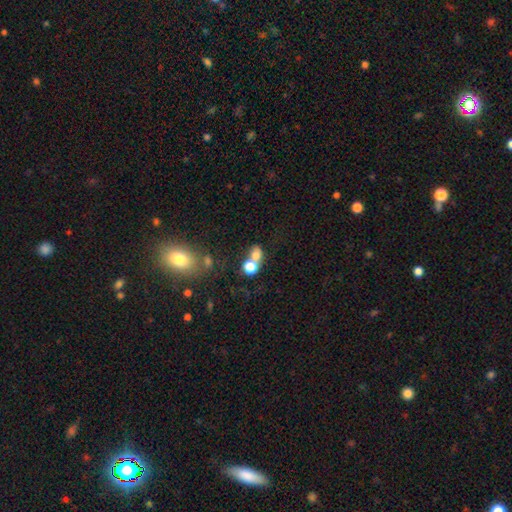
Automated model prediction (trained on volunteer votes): Smooth or featured? Predicted: smooth (p=0.73). How rounded? Predicted: round (p=0.59). Merging? Predicted: merger (p=0.50).